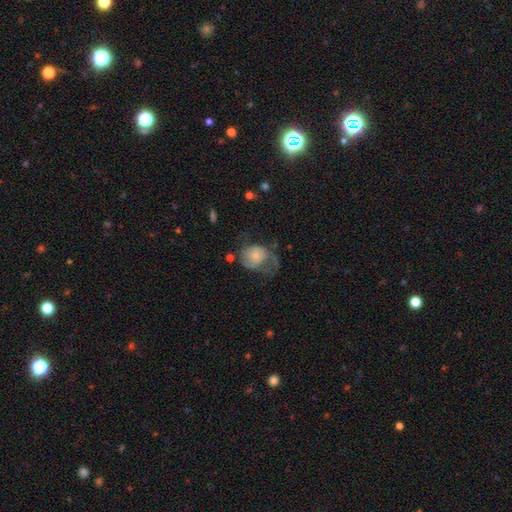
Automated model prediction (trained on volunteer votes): smooth 48%, featured or disk 44%, star or artifact 8%. Down the decision tree: merging — major disturbance (49%).